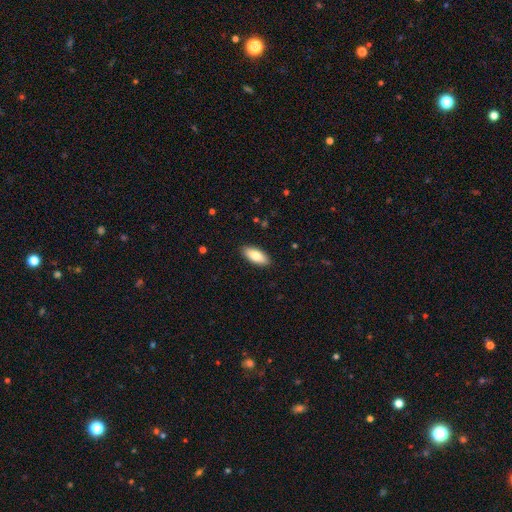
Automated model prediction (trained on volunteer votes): This appears to be a smooth galaxy with no disk features (82%) that is in between round and cigar-shaped (87%). Merging: none (89%).